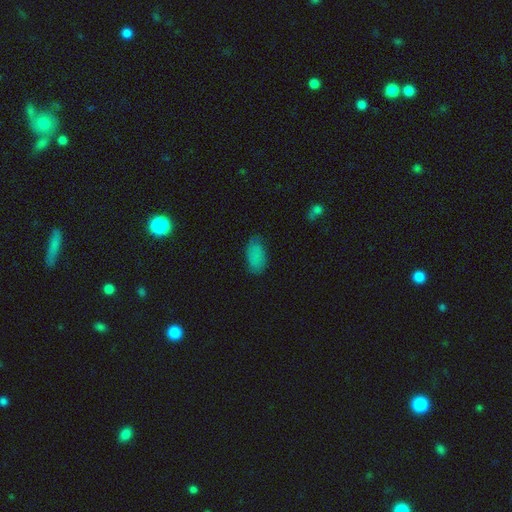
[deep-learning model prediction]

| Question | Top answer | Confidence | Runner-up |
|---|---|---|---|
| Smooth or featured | smooth | 82% | star or artifact (10%) |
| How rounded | in between | 94% | round (3%) |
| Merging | none | 72% | minor disturbance (22%) |